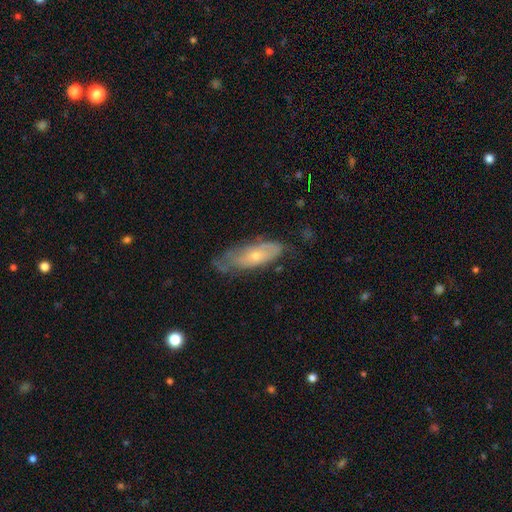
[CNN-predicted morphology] A featured or disk galaxy (48%). Merging: none (48%).